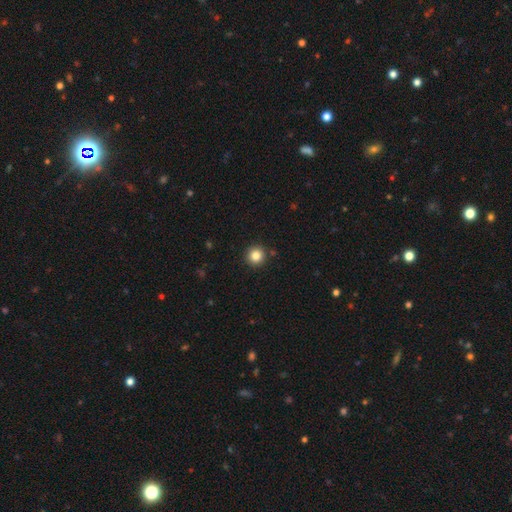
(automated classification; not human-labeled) Morphology: type=smooth (83%); roundness=round (96%); merging=none (91%).